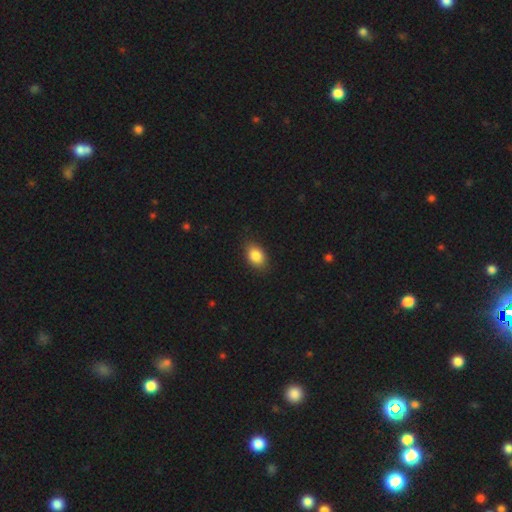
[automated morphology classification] Smooth or featured? smooth (86%)
How rounded? in between (80%)
Merging? none (84%)